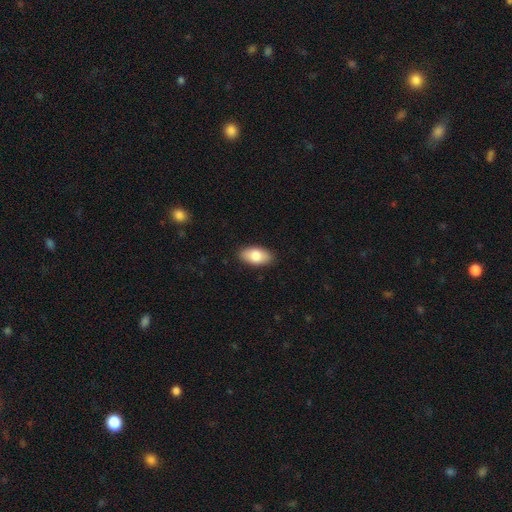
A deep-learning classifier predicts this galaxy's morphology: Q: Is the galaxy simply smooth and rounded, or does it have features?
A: smooth — 83%.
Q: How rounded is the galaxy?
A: in between — 94%.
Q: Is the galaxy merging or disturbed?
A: none — 89%.